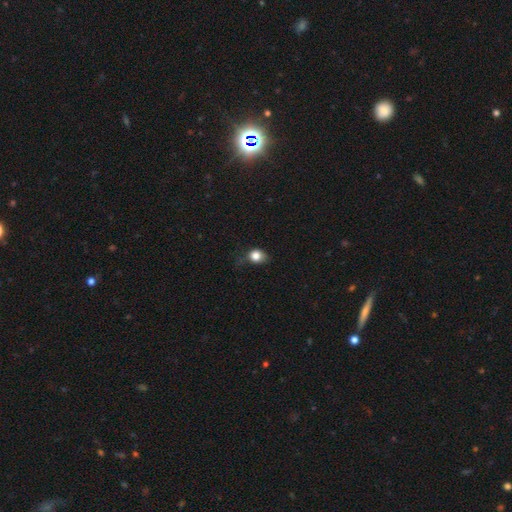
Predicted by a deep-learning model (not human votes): A smooth galaxy with no disk features (80%) that is round (68%).

Vote fractions:
- Smooth or featured? smooth: 80% / star or artifact: 11% / featured or disk: 9%
- How rounded? round: 68% / in between: 31% / cigar-shaped: 1%
- Merging? none: 45% / minor disturbance: 35% / major disturbance: 18% / merger: 2%